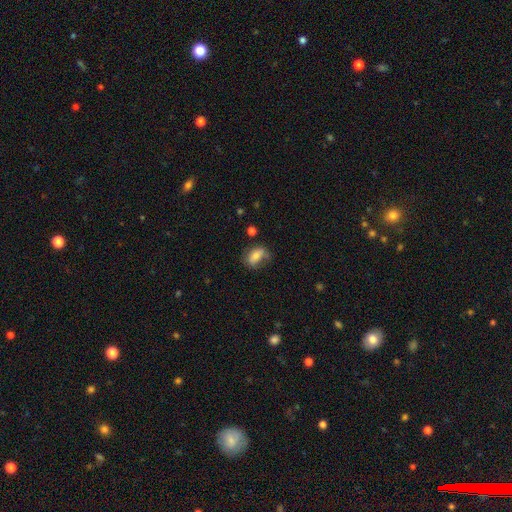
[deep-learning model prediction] The model was most divided on "merging": none: 57%, minor disturbance: 27%, major disturbance: 12%, merger: 4%. More confident: how rounded — in between (85%); smooth or featured — smooth (72%).